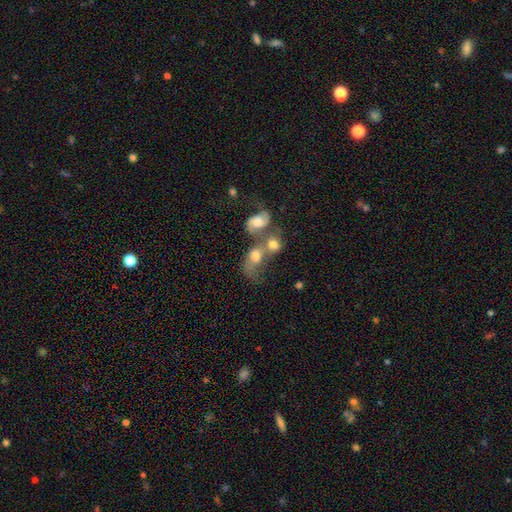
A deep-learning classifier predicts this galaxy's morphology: This is possibly a smooth galaxy (52%). How rounded: likely in between (64%). Merging: likely merger (66%).